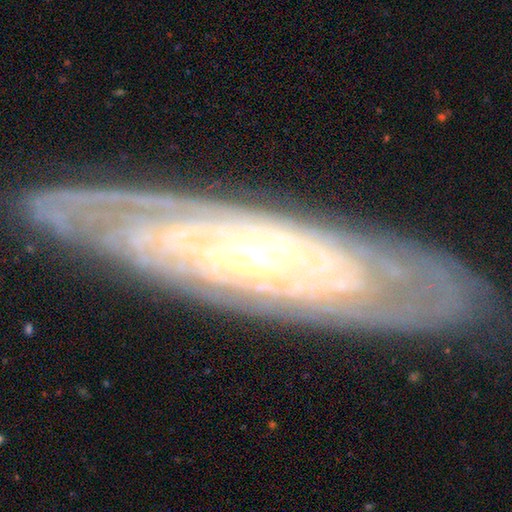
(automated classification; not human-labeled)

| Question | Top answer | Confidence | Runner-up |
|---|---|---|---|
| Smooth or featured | featured or disk | 85% | smooth (9%) |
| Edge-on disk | no | 76% | yes (24%) |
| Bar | no | 59% | weak (27%) |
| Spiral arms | yes | 91% | no (9%) |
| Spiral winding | tight | 79% | medium (17%) |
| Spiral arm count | can't tell | 52% | 2 (19%) |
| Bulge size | small | 70% | moderate (25%) |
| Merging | none | 85% | minor disturbance (11%) |